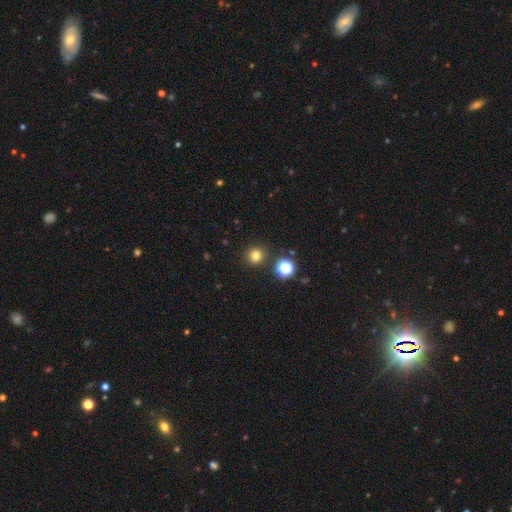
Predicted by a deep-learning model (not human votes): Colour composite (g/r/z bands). It shows a smooth galaxy with no disk features (78%) that is round (93%). Merging: none (89%).